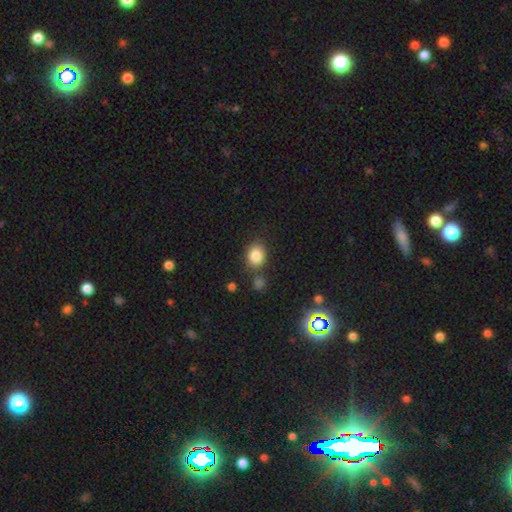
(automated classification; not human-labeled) Q: Smooth or featured?
A: smooth (85%); runner-up: star or artifact (10%)
Q: How rounded?
A: round (54%); runner-up: in between (45%)
Q: Merging?
A: none (71%); runner-up: minor disturbance (13%)